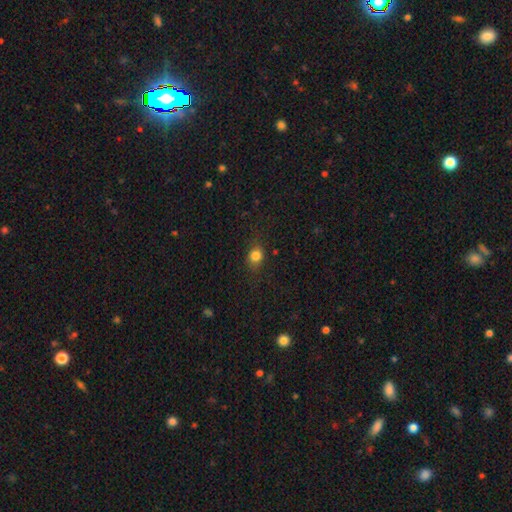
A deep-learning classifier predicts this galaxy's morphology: smooth_or_featured: smooth (p=0.82) [alt: star or artifact p=0.12]
how_rounded: round (p=0.58) [alt: in between p=0.40]
merging: none (p=0.78) [alt: minor disturbance p=0.16]